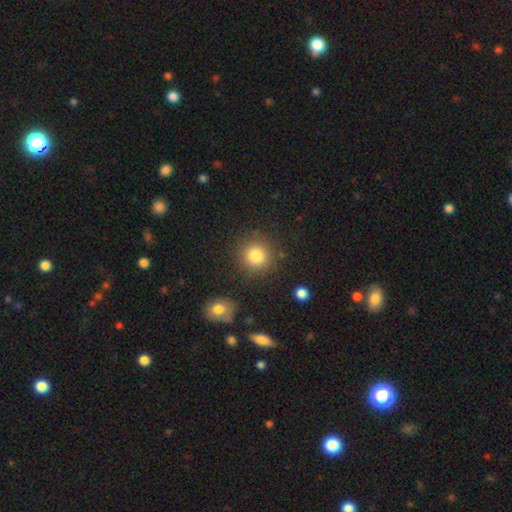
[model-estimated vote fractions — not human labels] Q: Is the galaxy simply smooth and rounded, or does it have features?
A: smooth — 82%.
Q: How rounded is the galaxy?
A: round — 92%.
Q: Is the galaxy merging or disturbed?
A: none — 85%.